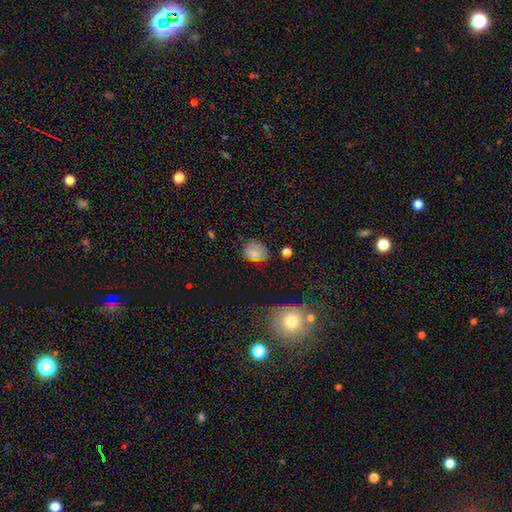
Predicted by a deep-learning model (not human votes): Smooth or featured? Predicted: smooth (p=0.79). How rounded? Predicted: round (p=0.51). Merging? Predicted: none (p=0.63).